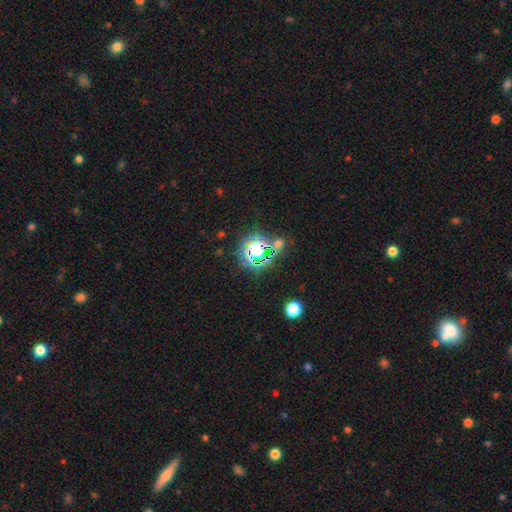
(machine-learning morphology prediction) smooth_or_featured: star or artifact (p=0.69) [alt: smooth p=0.22]